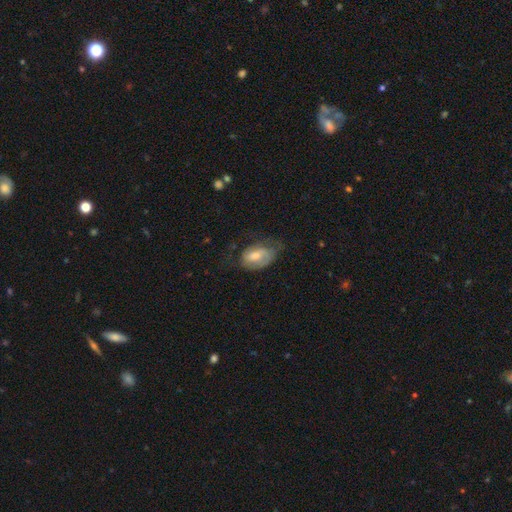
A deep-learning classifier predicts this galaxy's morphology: A smooth galaxy with no disk features (49%). Merging: none (49%).